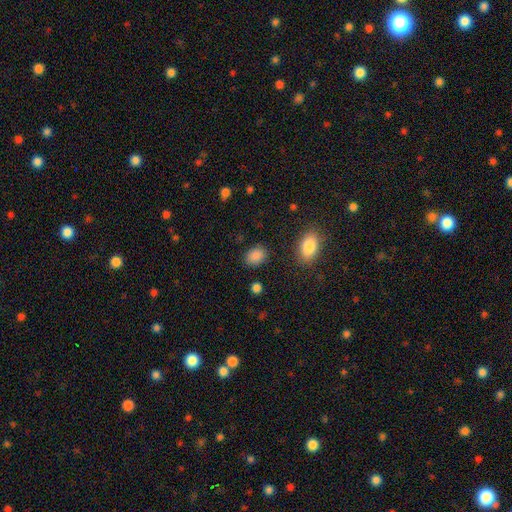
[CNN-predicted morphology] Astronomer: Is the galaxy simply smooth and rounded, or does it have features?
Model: smooth — 87%.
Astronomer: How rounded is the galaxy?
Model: in between — 67%.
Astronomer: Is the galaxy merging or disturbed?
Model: none — 85%.